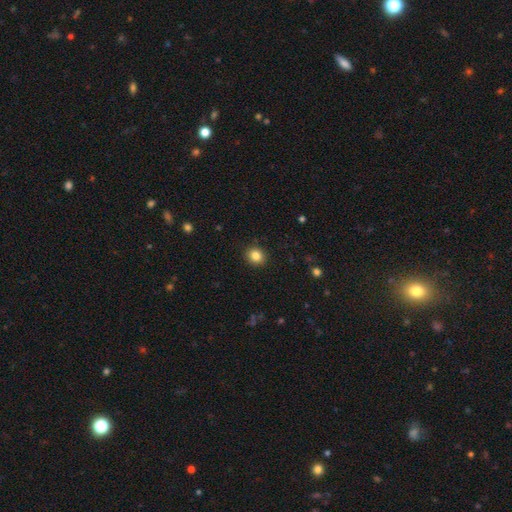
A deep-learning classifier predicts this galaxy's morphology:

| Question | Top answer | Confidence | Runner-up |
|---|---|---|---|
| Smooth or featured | smooth | 85% | star or artifact (10%) |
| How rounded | round | 81% | in between (18%) |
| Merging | none | 91% | minor disturbance (6%) |